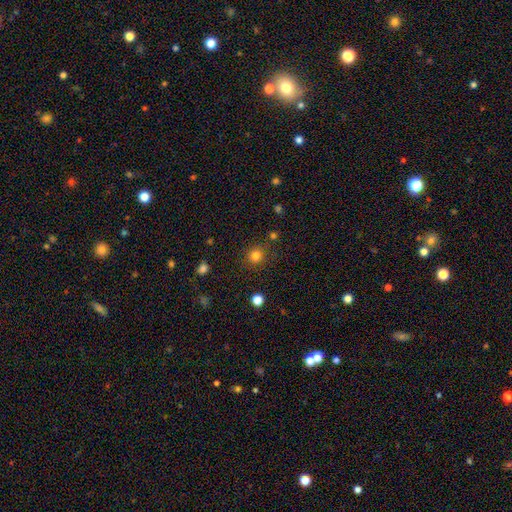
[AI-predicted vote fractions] smooth 82%, star or artifact 14%, featured or disk 5%. Down the decision tree: how rounded — round (92%); merging — none (87%).